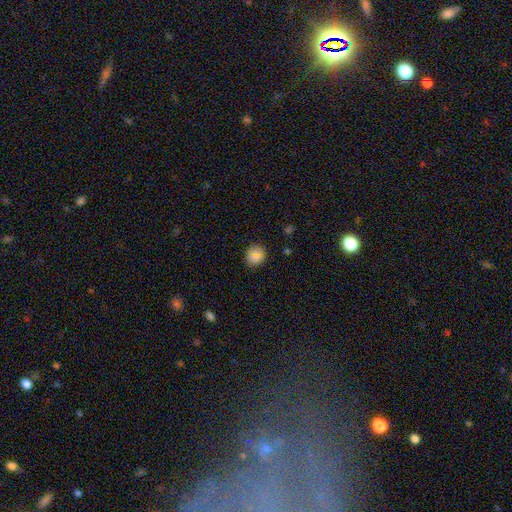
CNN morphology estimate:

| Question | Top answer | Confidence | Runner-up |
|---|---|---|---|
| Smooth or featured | smooth | 79% | star or artifact (14%) |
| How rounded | round | 80% | in between (19%) |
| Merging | none | 86% | minor disturbance (11%) |